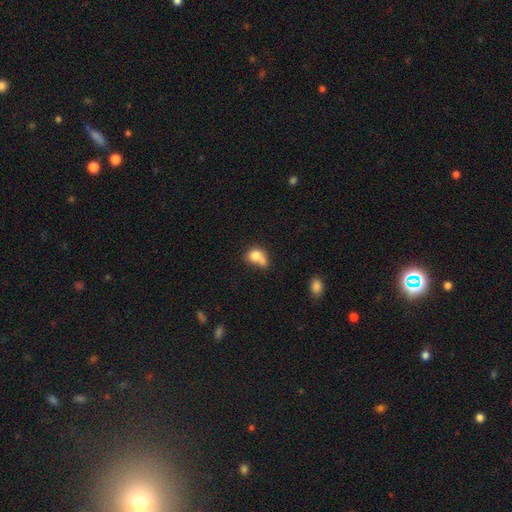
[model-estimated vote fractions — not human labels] A smooth galaxy with no disk features (76%) that is round (55%). Merging: merger (50%).